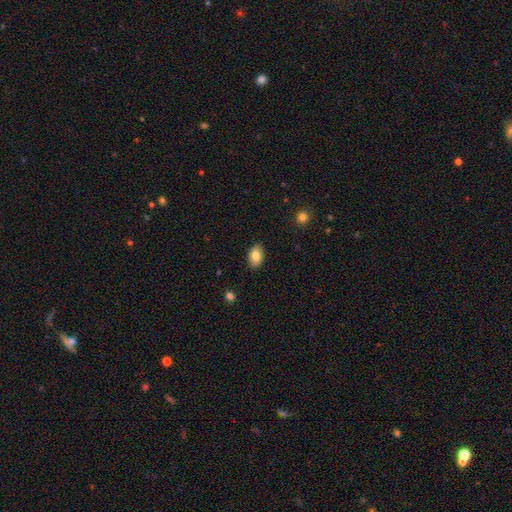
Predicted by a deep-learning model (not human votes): Overall: smooth (84%). How rounded: in between (87%). Merging: none (86%).